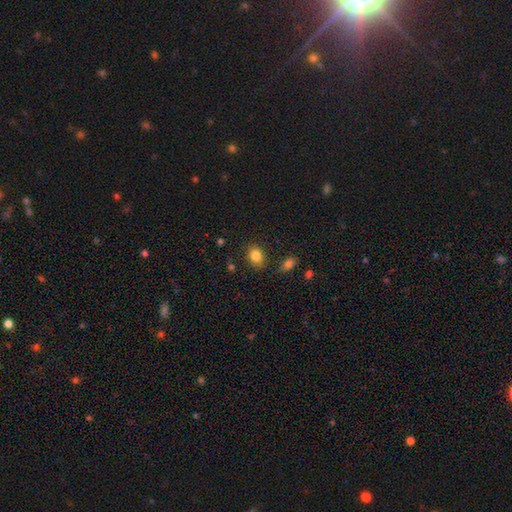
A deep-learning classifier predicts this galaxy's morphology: smooth 84%, star or artifact 10%, featured or disk 6%. Down the decision tree: how rounded — in between (65%); merging — none (81%).